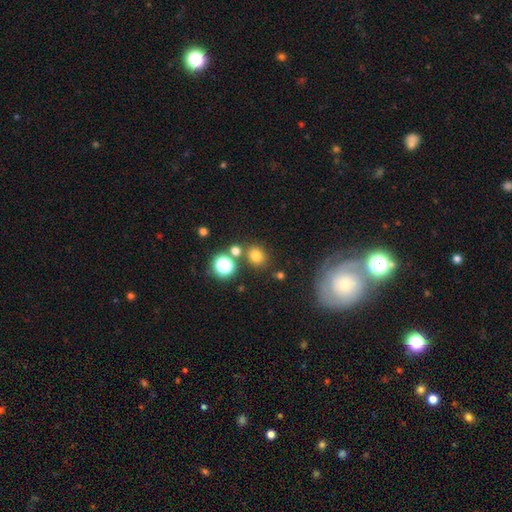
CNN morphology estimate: A smooth galaxy with no disk features (74%) that is round (73%). Merging: none (76%).